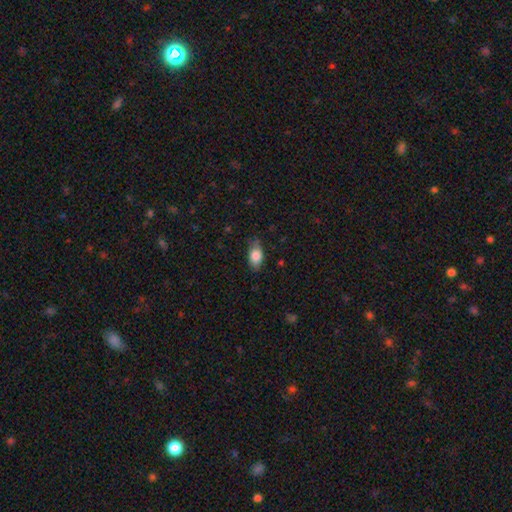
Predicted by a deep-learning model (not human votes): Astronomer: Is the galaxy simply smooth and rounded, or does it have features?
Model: smooth — 83%.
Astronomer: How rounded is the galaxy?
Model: in between — 88%.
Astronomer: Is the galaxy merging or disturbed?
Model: none — 75%.